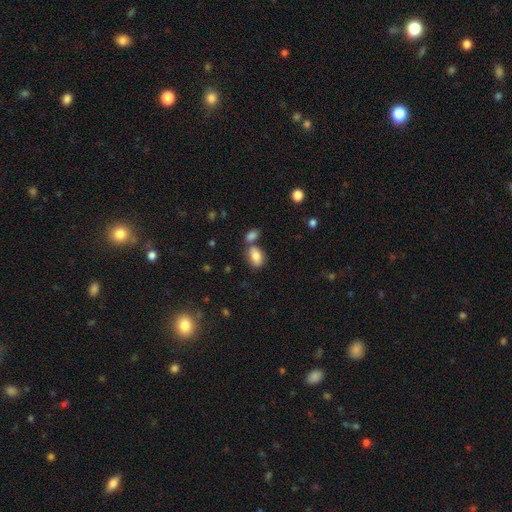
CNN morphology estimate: The model was most divided on "merging": none: 55%, merger: 28%, minor disturbance: 13%, major disturbance: 4%. More confident: how rounded — in between (84%); smooth or featured — smooth (79%).